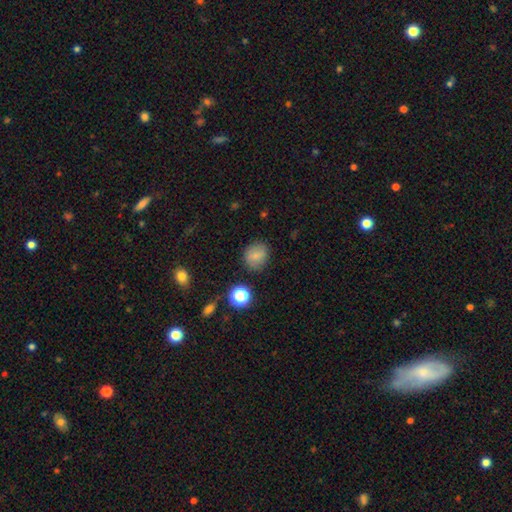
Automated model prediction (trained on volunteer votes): Smooth or featured? Predicted: smooth (p=0.77). How rounded? Predicted: round (p=0.77). Merging? Predicted: none (p=0.83).